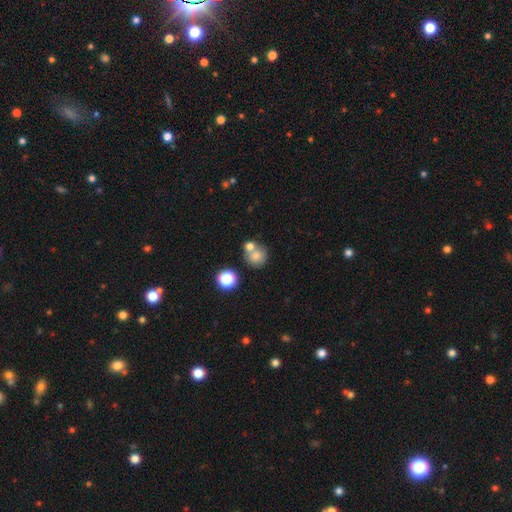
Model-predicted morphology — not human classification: The model was most divided on "merging": none: 50%, merger: 36%, minor disturbance: 10%, major disturbance: 4%. More confident: how rounded — round (85%); smooth or featured — smooth (74%).